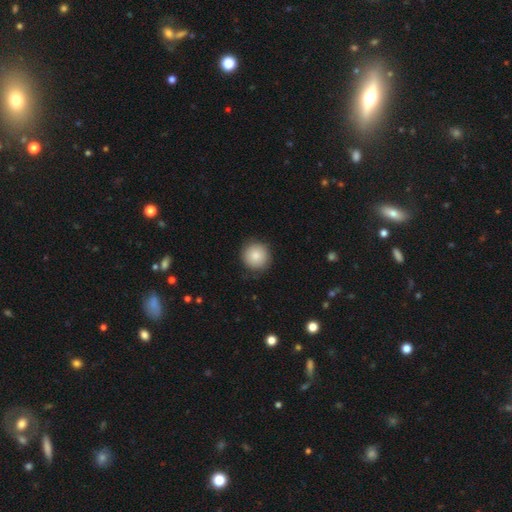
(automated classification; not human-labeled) Smooth or featured?
  - smooth: 86% *
  - star or artifact: 8%
  - featured or disk: 7%
How rounded?
  - round: 94% *
  - in between: 5%
  - cigar-shaped: 1%
Merging?
  - none: 87% *
  - minor disturbance: 10%
  - major disturbance: 2%
  - merger: 1%